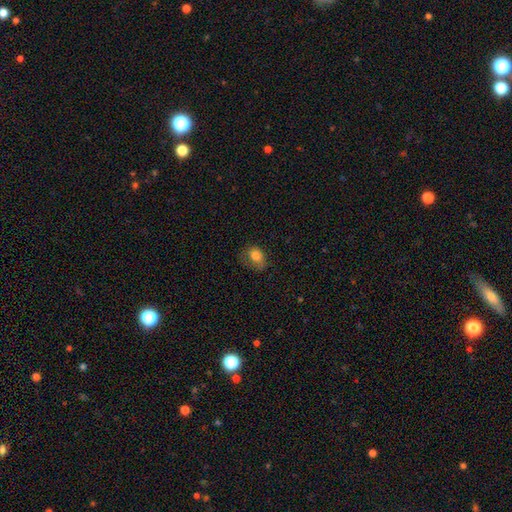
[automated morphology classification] Smooth or featured? Predicted: smooth (p=0.79). How rounded? Predicted: in between (p=0.62). Merging? Predicted: none (p=0.42).